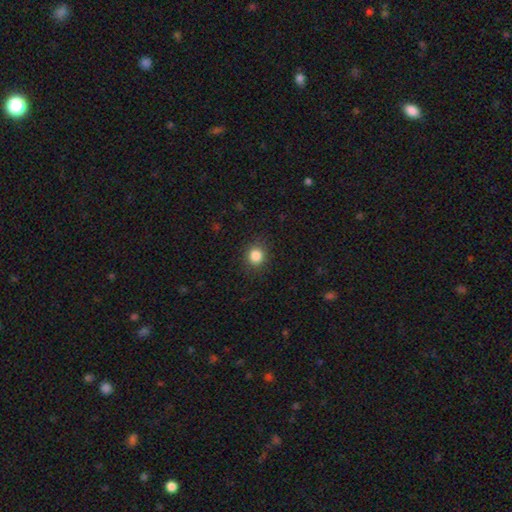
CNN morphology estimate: Q: Smooth or featured?
A: smooth (85%); runner-up: star or artifact (11%)
Q: How rounded?
A: round (85%); runner-up: in between (14%)
Q: Merging?
A: none (89%); runner-up: minor disturbance (7%)